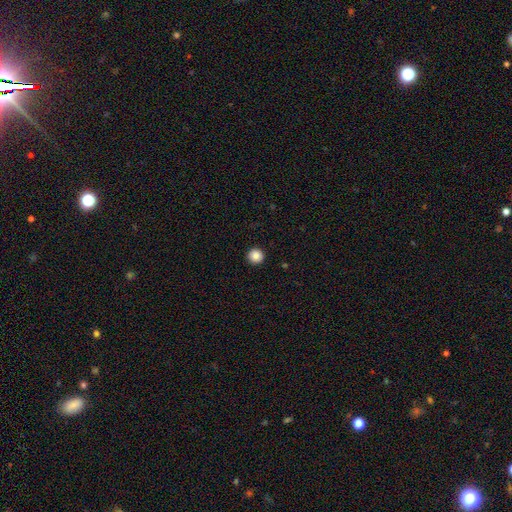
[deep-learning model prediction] This is clearly a smooth galaxy (86%). How rounded: clearly round (96%). Merging: clearly none (93%).